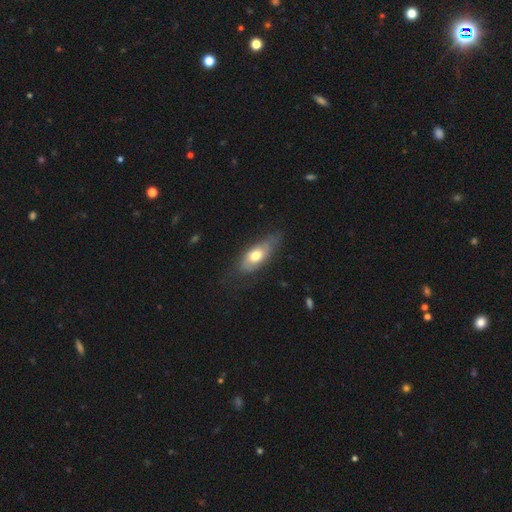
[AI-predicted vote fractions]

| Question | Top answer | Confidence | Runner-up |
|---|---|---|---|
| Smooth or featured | smooth | 60% | featured or disk (34%) |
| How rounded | in between | 82% | cigar-shaped (14%) |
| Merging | none | 59% | minor disturbance (29%) |